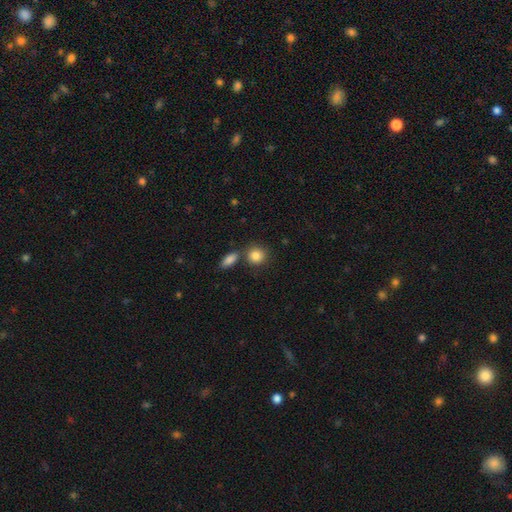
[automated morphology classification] Q: Smooth or featured?
A: smooth (86%); runner-up: star or artifact (8%)
Q: How rounded?
A: round (81%); runner-up: in between (18%)
Q: Merging?
A: none (69%); runner-up: merger (18%)